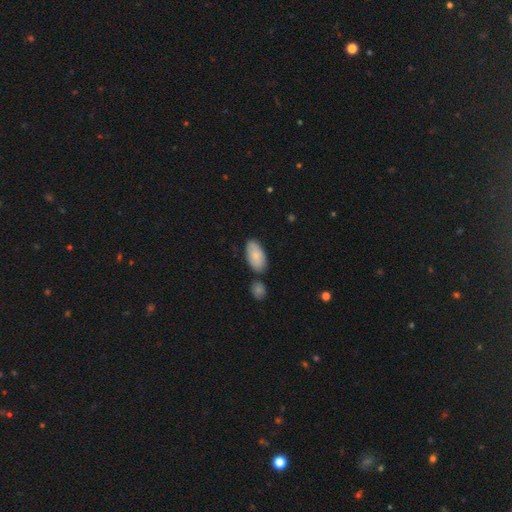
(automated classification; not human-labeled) Smooth or featured: smooth — 80% (featured or disk — 14%)
How rounded: in between — 95% (cigar-shaped — 3%)
Merging: none — 70% (minor disturbance — 16%)